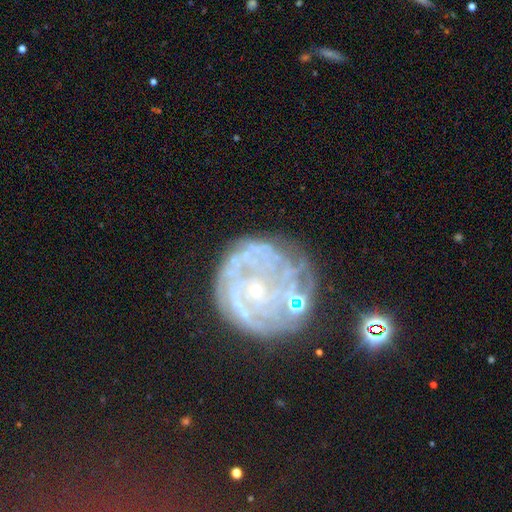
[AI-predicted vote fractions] Smooth or featured?
  - featured or disk: 79% *
  - smooth: 11%
  - star or artifact: 10%
Edge-on disk?
  - no: 98% *
  - yes: 2%
Bar?
  - no: 78% *
  - weak: 17%
  - strong: 5%
Spiral arms?
  - yes: 83% *
  - no: 17%
Spiral winding?
  - tight: 71% *
  - medium: 21%
  - loose: 8%
Spiral arm count?
  - can't tell: 41% *
  - 3: 14%
  - 4: 14%
  - 2: 12%
  - more than 4: 12%
  - 1: 7%
Bulge size?
  - small: 78% *
  - moderate: 14%
  - none: 5%
  - large: 2%
  - dominant: 1%
Merging?
  - none: 59% *
  - minor disturbance: 20%
  - major disturbance: 15%
  - merger: 6%